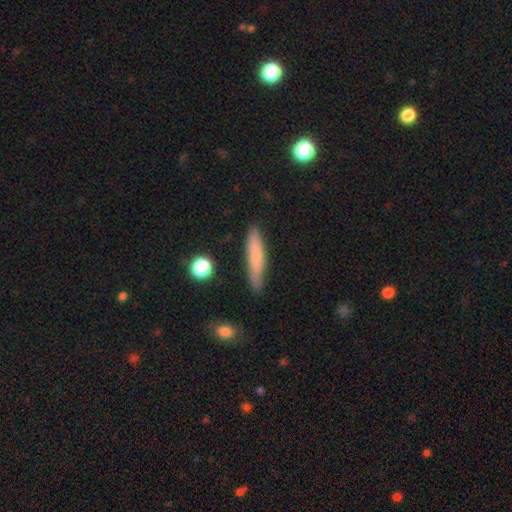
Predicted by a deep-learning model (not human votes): The model was most divided on "smooth or featured": smooth: 72%, featured or disk: 21%, star or artifact: 7%. More confident: how rounded — cigar-shaped (89%); merging — none (85%).